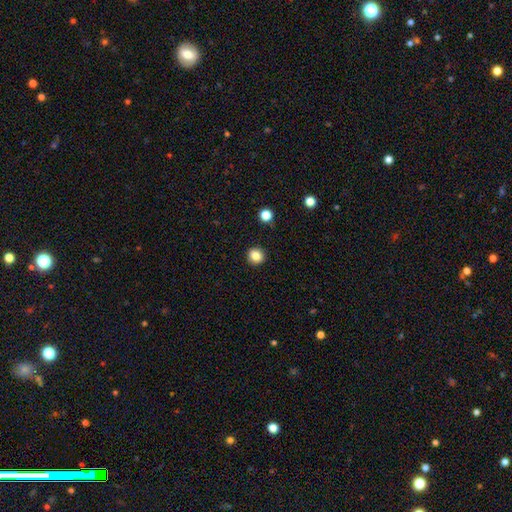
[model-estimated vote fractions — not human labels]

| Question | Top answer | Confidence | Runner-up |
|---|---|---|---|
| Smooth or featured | smooth | 83% | star or artifact (11%) |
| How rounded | round | 91% | in between (8%) |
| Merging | none | 92% | minor disturbance (5%) |